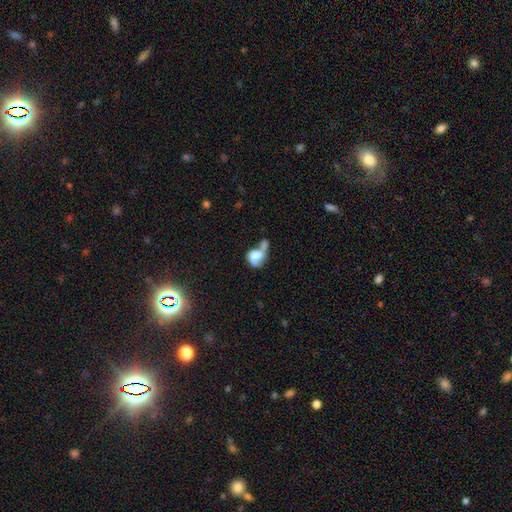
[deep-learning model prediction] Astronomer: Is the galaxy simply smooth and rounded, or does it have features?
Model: smooth — 54% (runner-up: featured or disk, 35%).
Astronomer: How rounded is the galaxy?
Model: in between — 58% (runner-up: round, 40%).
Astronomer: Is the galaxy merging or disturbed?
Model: merger — 49%.